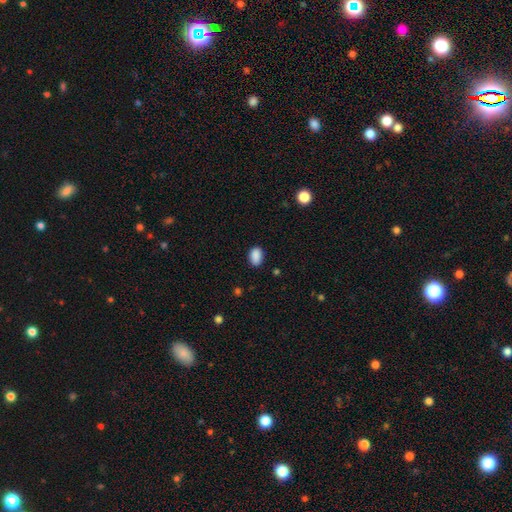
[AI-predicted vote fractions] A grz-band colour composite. It shows a smooth galaxy with no disk features (89%) that is in between round and cigar-shaped (87%). Merging: none (84%).